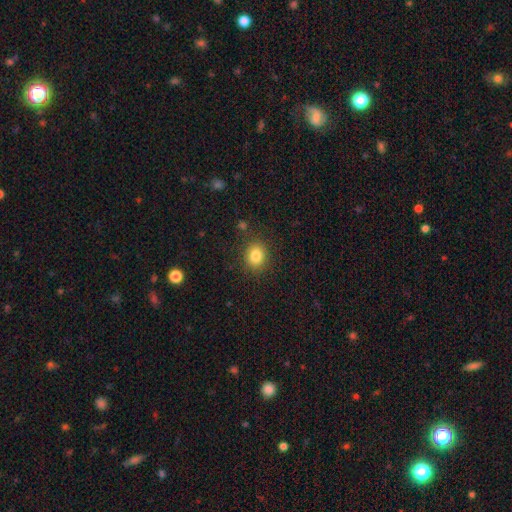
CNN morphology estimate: Smooth or featured: smooth — 83% (star or artifact — 11%)
How rounded: round — 62% (in between — 37%)
Merging: none — 86% (minor disturbance — 9%)